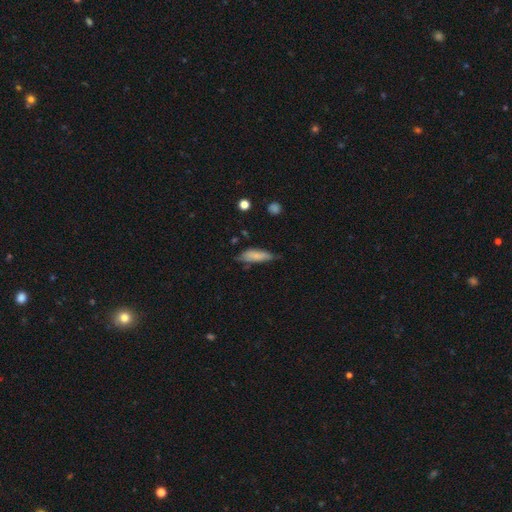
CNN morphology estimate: Smooth or featured?
  - smooth: 74% *
  - featured or disk: 19%
  - star or artifact: 7%
How rounded?
  - in between: 51% *
  - cigar-shaped: 47%
  - round: 2%
Merging?
  - none: 57% *
  - minor disturbance: 33%
  - major disturbance: 7%
  - merger: 3%